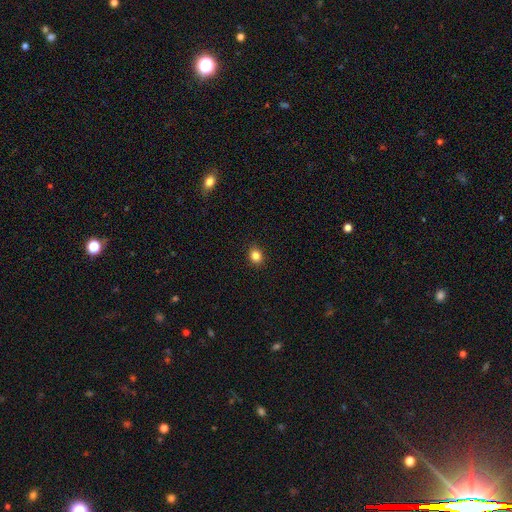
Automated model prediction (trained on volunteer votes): smooth_or_featured: smooth (p=0.84) [alt: star or artifact p=0.11]
how_rounded: round (p=0.65) [alt: in between p=0.34]
merging: none (p=0.91) [alt: minor disturbance p=0.06]